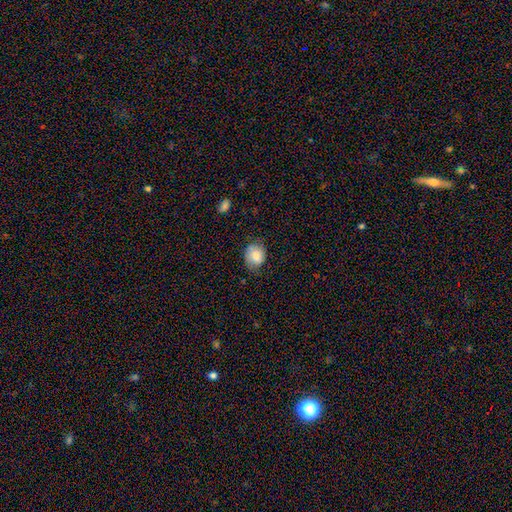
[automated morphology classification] type=smooth (81%); roundness=round (57%); merging=none (65%).